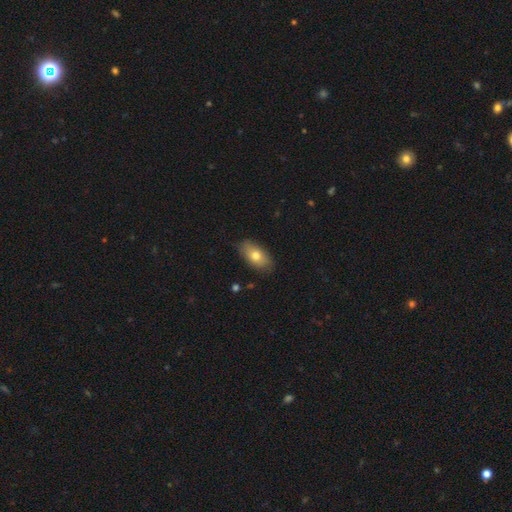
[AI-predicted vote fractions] Smooth or featured: smooth — 75% (featured or disk — 18%)
How rounded: in between — 91% (round — 6%)
Merging: none — 81% (minor disturbance — 15%)